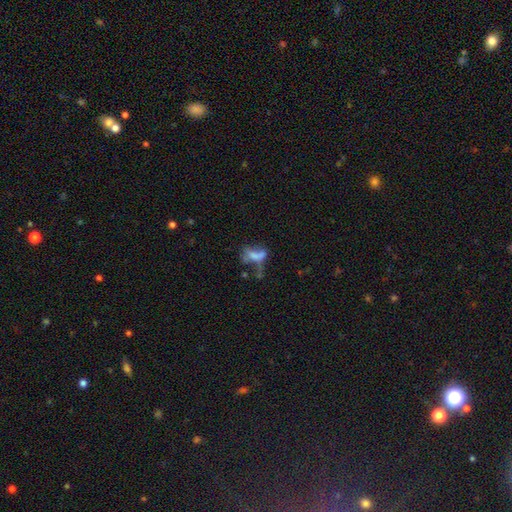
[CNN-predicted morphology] This appears to be a smooth galaxy with no disk features (44%). Merging: major disturbance (36%).